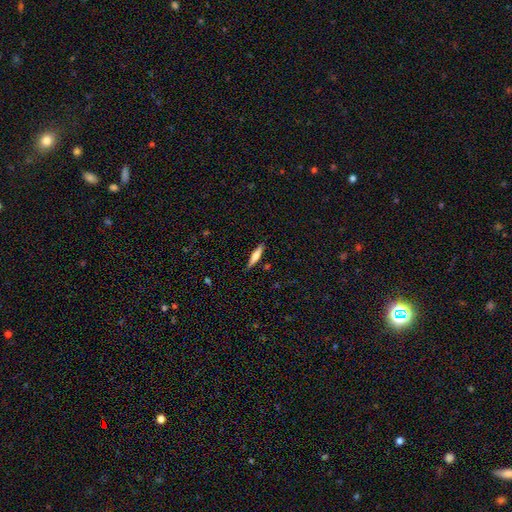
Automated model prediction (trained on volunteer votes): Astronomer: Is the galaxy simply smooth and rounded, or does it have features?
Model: smooth — 61%.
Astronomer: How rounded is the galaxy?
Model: cigar-shaped — 83%.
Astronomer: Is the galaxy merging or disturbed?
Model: none — 87%.